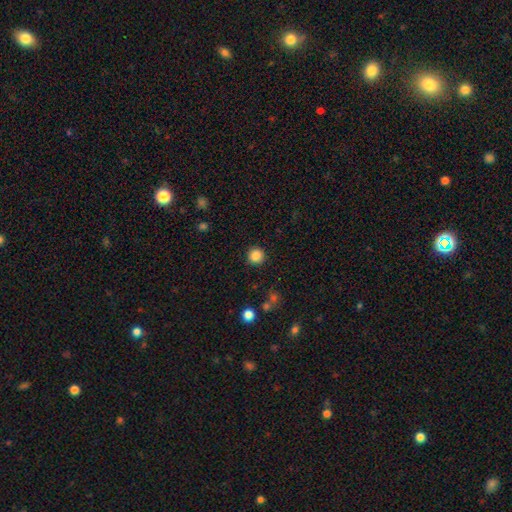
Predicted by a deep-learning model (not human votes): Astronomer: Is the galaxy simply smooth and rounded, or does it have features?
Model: smooth — 86%.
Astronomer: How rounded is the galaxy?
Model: round — 95%.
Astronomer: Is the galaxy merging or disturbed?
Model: none — 91%.